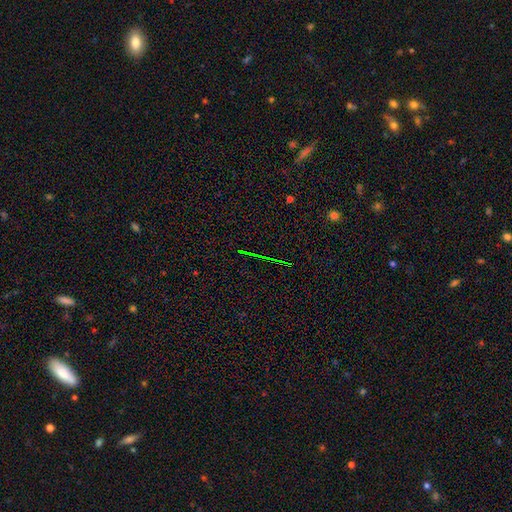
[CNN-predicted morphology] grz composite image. It shows a star or artifact, not a galaxy (76%).